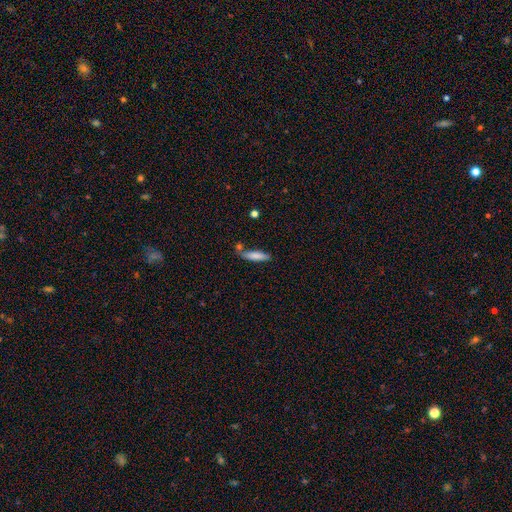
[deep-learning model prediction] This is likely a smooth galaxy (78%). How rounded: likely cigar-shaped (76%). Merging: likely none (71%).